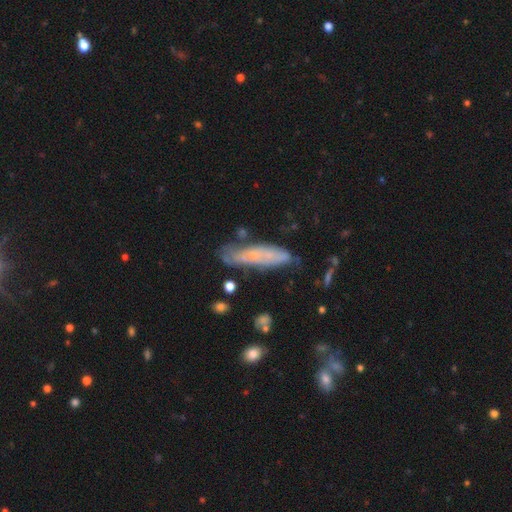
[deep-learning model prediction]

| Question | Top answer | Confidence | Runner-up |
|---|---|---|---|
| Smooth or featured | smooth | 51% | featured or disk (39%) |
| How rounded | cigar-shaped | 68% | in between (29%) |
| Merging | none | 62% | minor disturbance (24%) |